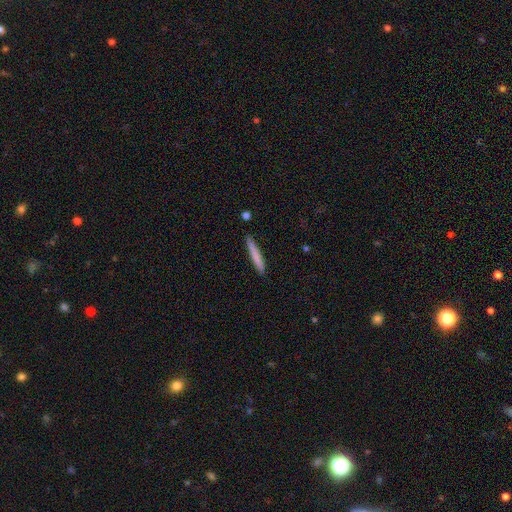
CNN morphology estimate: Q: Smooth or featured?
A: smooth (75%); runner-up: featured or disk (19%)
Q: How rounded?
A: cigar-shaped (96%); runner-up: in between (3%)
Q: Merging?
A: none (89%); runner-up: minor disturbance (8%)